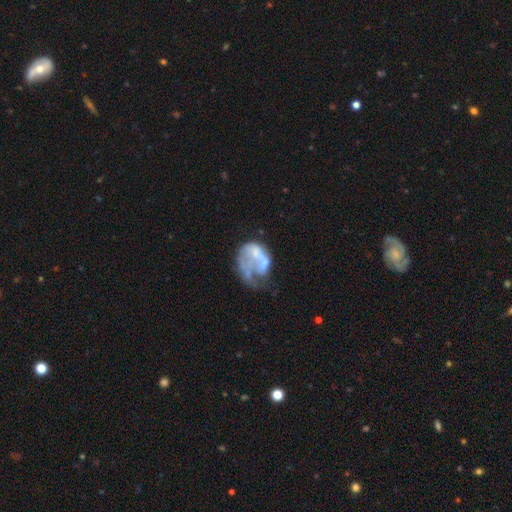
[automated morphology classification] A featured or disk galaxy (61%) with no bar (81%), no spiral arms (68%) and no central bulge (62%). Merging: major disturbance (48%).